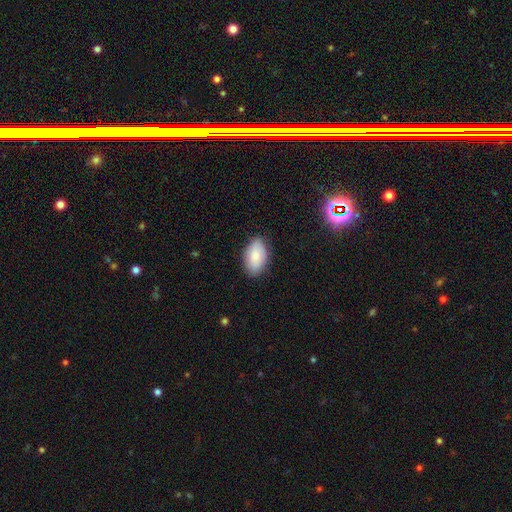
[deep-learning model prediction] Overall: smooth (85%). How rounded: in between (94%). Merging: none (83%).